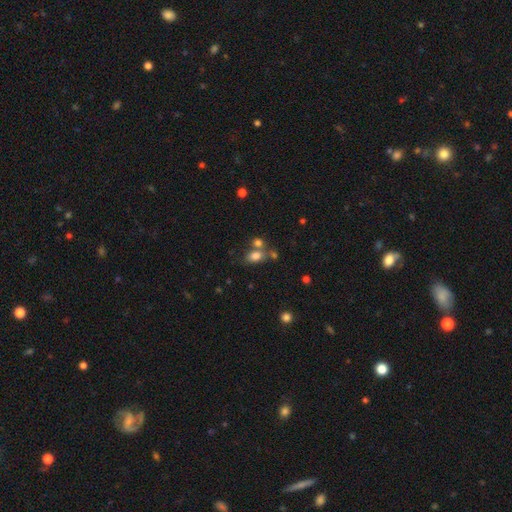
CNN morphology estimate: This appears to be a smooth galaxy with no disk features (78%) that is in between round and cigar-shaped (78%). Merging: none (51%).